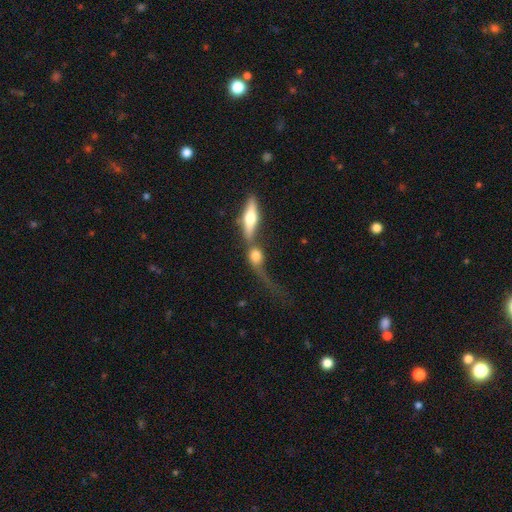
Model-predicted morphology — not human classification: Smooth or featured? Predicted: smooth (p=0.56). How rounded? Predicted: in between (p=0.51). Merging? Predicted: merger (p=0.57).